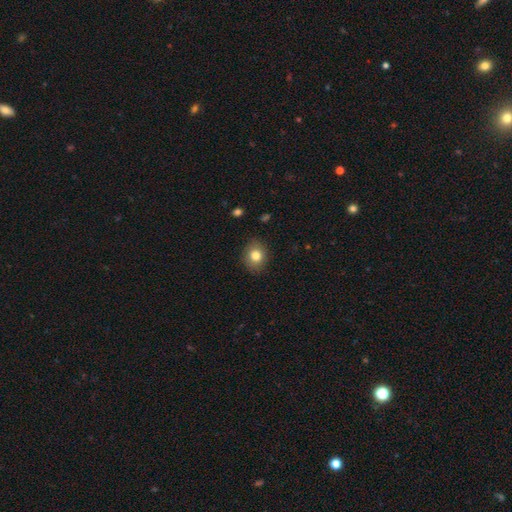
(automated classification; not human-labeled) This appears to be a smooth galaxy with no disk features (81%) that is round (58%). Merging: none (86%).